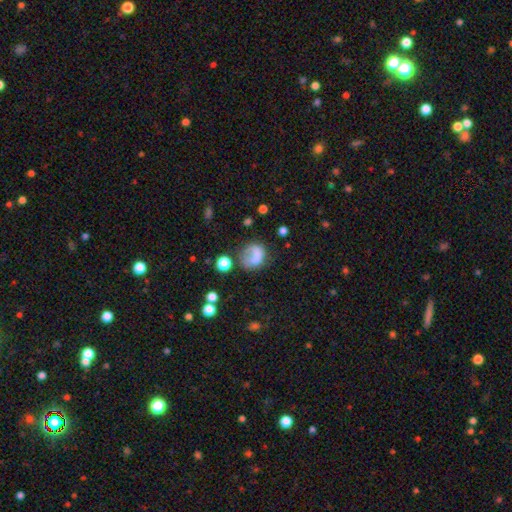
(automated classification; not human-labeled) Smooth or featured? smooth (66%)
How rounded? round (61%)
Merging? none (40%)